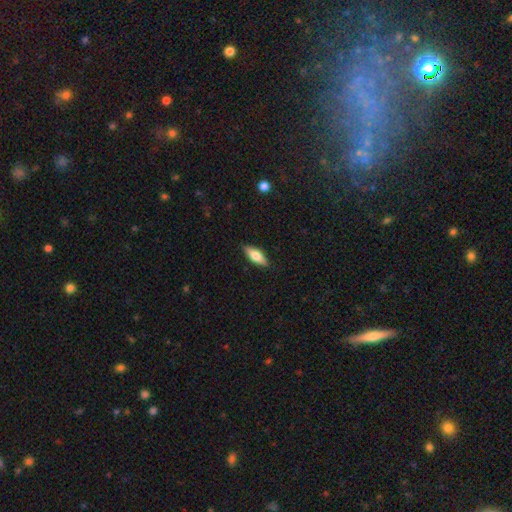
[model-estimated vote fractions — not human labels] Morphology: type=smooth (60%); roundness=in between (65%); merging=none (88%).